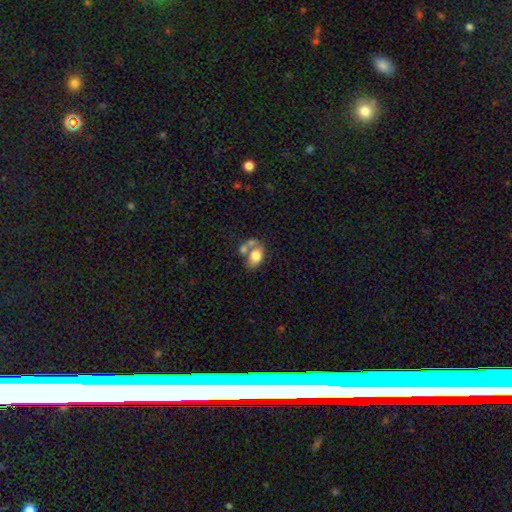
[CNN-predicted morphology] Overall: smooth (68%). How rounded: in between (83%). Merging: merger (53%; none 24%).